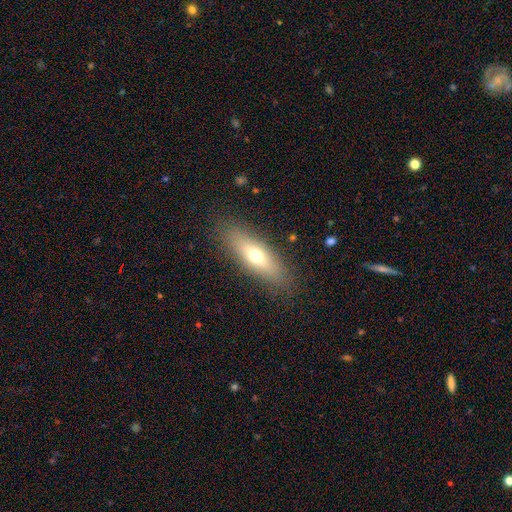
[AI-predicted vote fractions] This appears to be a smooth galaxy with no disk features (60%) that is cigar-shaped (50%). Merging: none (85%).